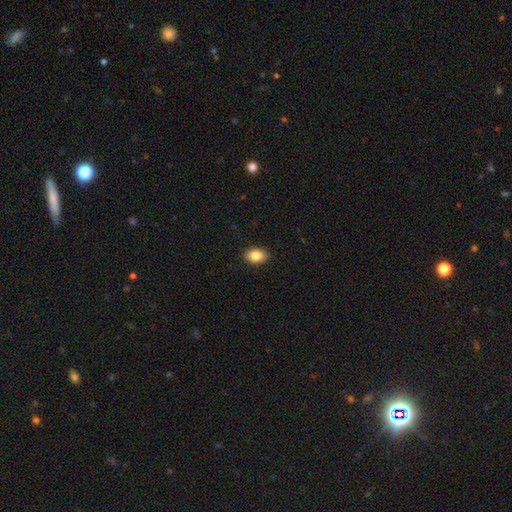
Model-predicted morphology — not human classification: A smooth galaxy with no disk features (86%) that is in between round and cigar-shaped (81%).

Vote fractions:
- Smooth or featured? smooth: 86% / star or artifact: 8% / featured or disk: 6%
- How rounded? in between: 81% / round: 17% / cigar-shaped: 1%
- Merging? none: 89% / minor disturbance: 8% / major disturbance: 2% / merger: 1%